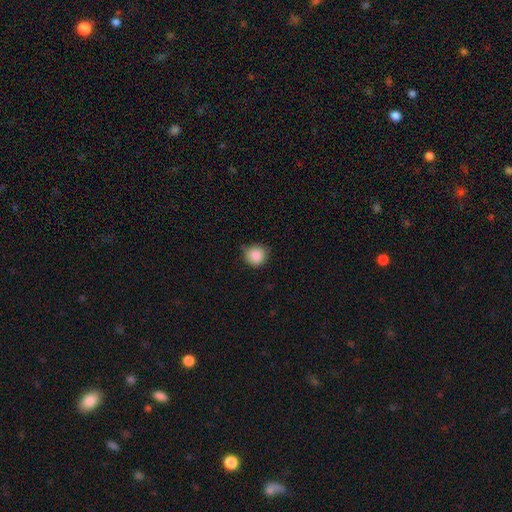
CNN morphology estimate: Smooth or featured? Predicted: smooth (p=0.88). How rounded? Predicted: round (p=0.91). Merging? Predicted: none (p=0.73).